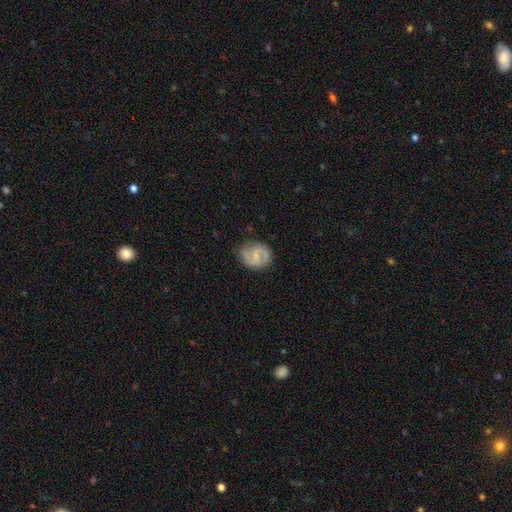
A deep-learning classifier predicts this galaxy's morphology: A featured or disk galaxy (65%) with a weak bar (55%), 2 (85%) medium (49%) spiral arms (88%) and a small central bulge (53%). Merging: none (75%).